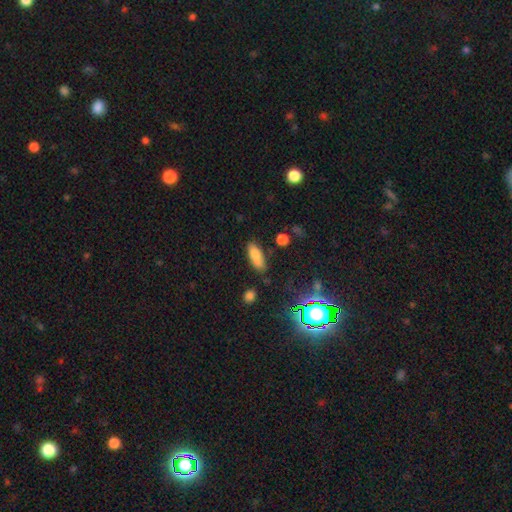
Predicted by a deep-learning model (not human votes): This is likely a smooth galaxy (76%). How rounded: likely in between (73%). Merging: likely none (68%).